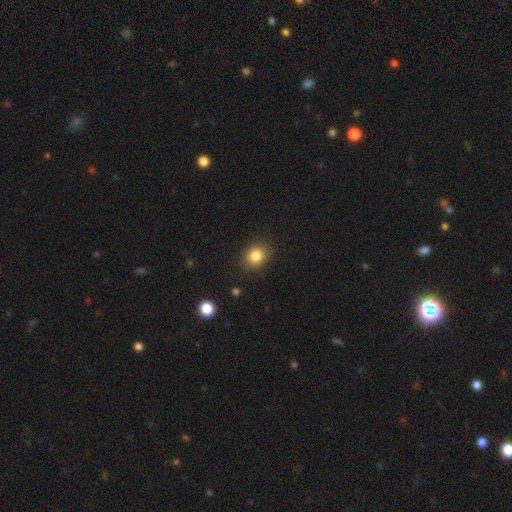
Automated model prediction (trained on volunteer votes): A smooth galaxy with no disk features (84%) that is round (61%).

Vote fractions:
- Smooth or featured? smooth: 84% / star or artifact: 11% / featured or disk: 6%
- How rounded? round: 61% / in between: 38% / cigar-shaped: 1%
- Merging? none: 86% / minor disturbance: 10% / major disturbance: 3% / merger: 1%